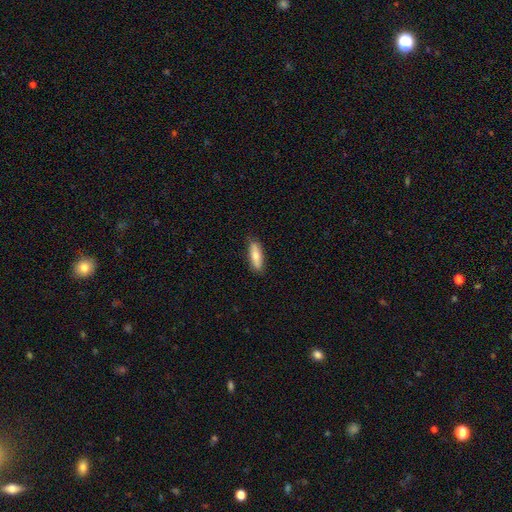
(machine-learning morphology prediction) Overall: smooth (74%). How rounded: in between (50%; cigar-shaped 48%). Merging: none (82%).